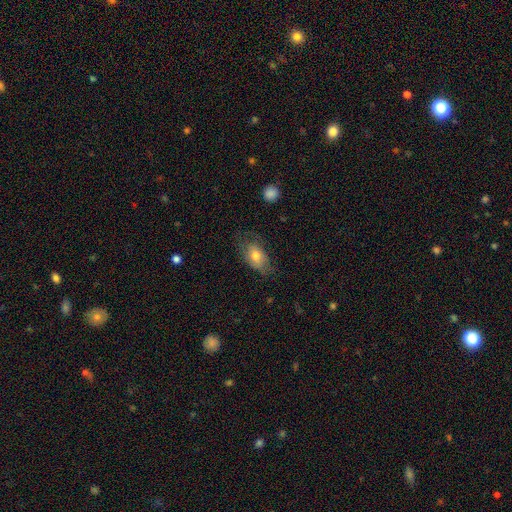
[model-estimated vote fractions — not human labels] This appears to be a smooth galaxy with no disk features (71%) that is in between round and cigar-shaped (87%). Merging: none (59%).